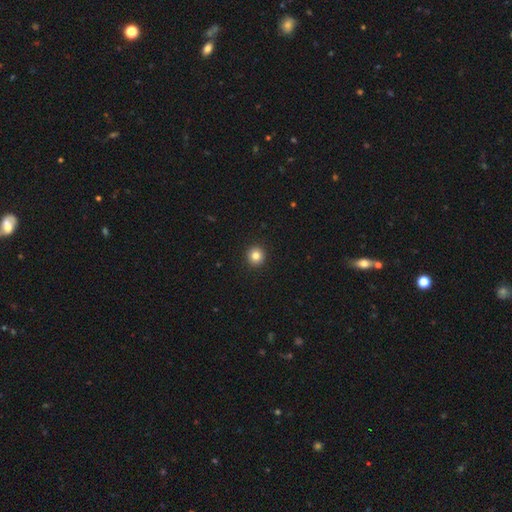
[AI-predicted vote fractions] Smooth or featured? Predicted: smooth (p=0.83). How rounded? Predicted: round (p=0.95). Merging? Predicted: none (p=0.94).